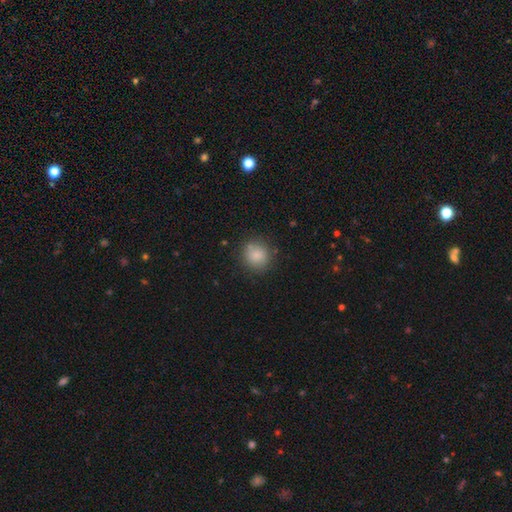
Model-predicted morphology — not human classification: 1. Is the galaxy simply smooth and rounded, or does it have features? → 84% smooth, 10% star or artifact, 6% featured or disk.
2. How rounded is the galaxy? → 89% round, 10% in between, 1% cigar-shaped.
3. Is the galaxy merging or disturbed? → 82% none, 11% minor disturbance, 4% merger, 3% major disturbance.